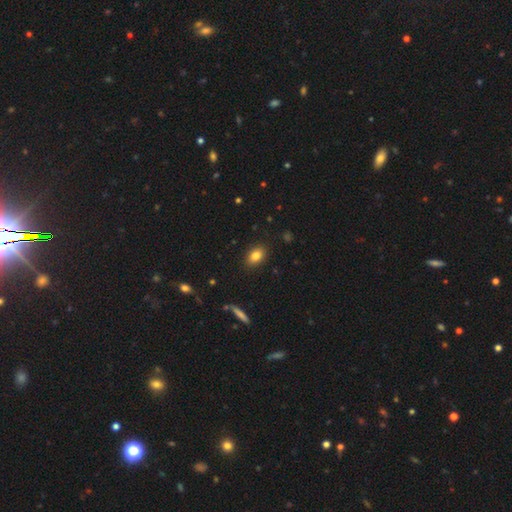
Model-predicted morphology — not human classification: type=smooth (84%); roundness=in between (83%); merging=none (88%).